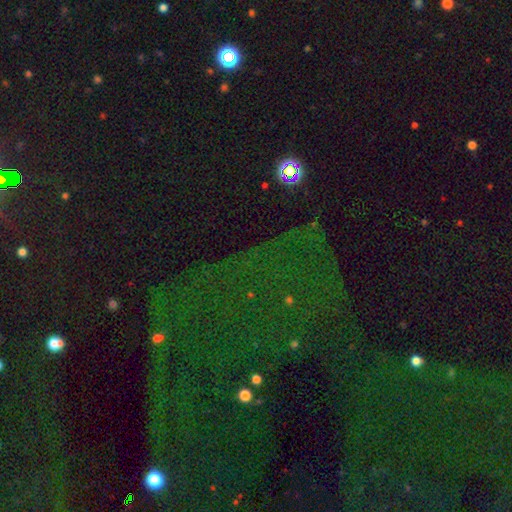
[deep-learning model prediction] star or artifact 77%, smooth 13%, featured or disk 10%.